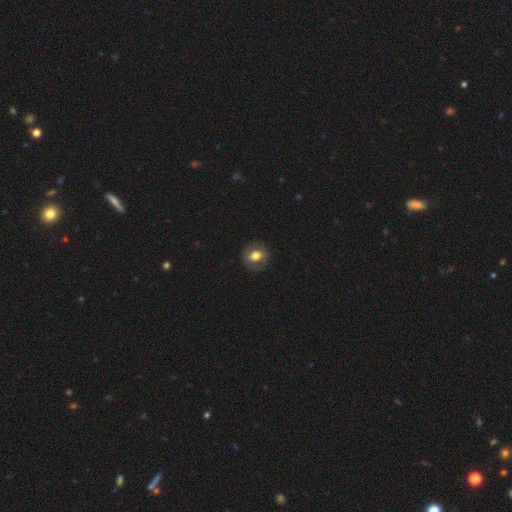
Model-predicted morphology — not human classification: A smooth galaxy with no disk features (67%) that is round (64%). Merging: none (84%).